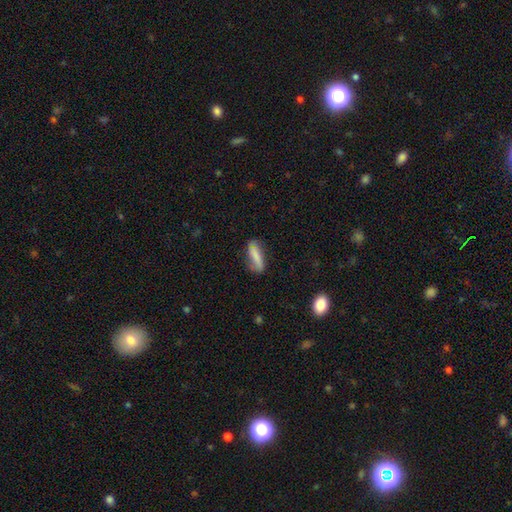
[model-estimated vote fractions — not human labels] Smooth or featured: smooth — 76% (featured or disk — 17%)
How rounded: in between — 57% (cigar-shaped — 41%)
Merging: none — 64% (minor disturbance — 26%)